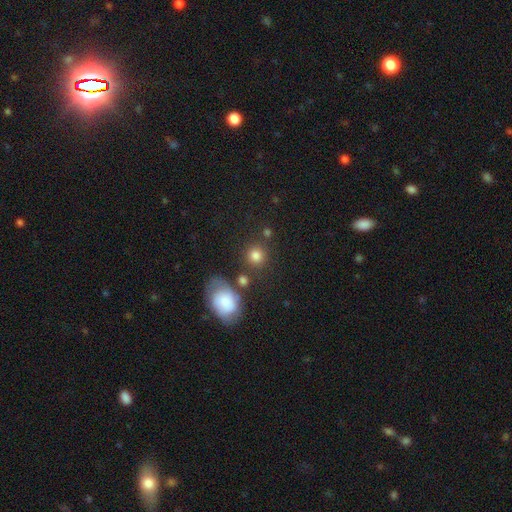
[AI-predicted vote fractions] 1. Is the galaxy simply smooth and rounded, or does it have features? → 82% smooth, 11% star or artifact, 7% featured or disk.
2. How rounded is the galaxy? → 88% round, 11% in between, 1% cigar-shaped.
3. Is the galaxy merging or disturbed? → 75% none, 11% minor disturbance, 10% merger, 5% major disturbance.